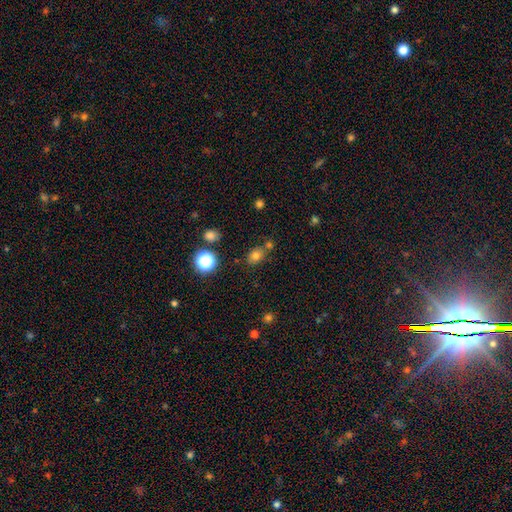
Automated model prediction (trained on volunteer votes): Q: Smooth or featured?
A: smooth (75%); runner-up: star or artifact (16%)
Q: How rounded?
A: in between (61%); runner-up: round (38%)
Q: Merging?
A: none (69%); runner-up: minor disturbance (14%)